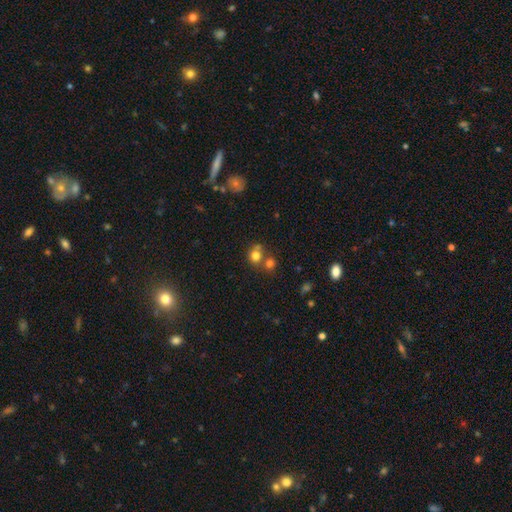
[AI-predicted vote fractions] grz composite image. It shows a smooth galaxy with no disk features (75%) that is round (82%). Merging: none (49%).